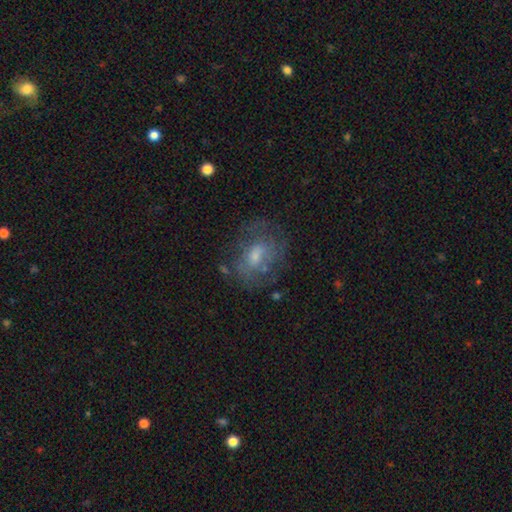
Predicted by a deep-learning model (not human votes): Smooth or featured? featured or disk (50%)
Merging? none (59%)